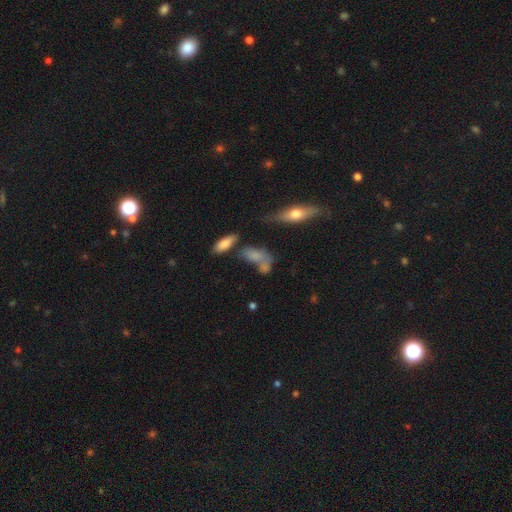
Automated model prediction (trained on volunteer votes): A smooth galaxy with no disk features (63%) that is in between round and cigar-shaped (73%).

Vote fractions:
- Smooth or featured? smooth: 63% / featured or disk: 24% / star or artifact: 13%
- How rounded? in between: 73% / cigar-shaped: 15% / round: 12%
- Merging? none: 36% / merger: 30% / minor disturbance: 19% / major disturbance: 15%